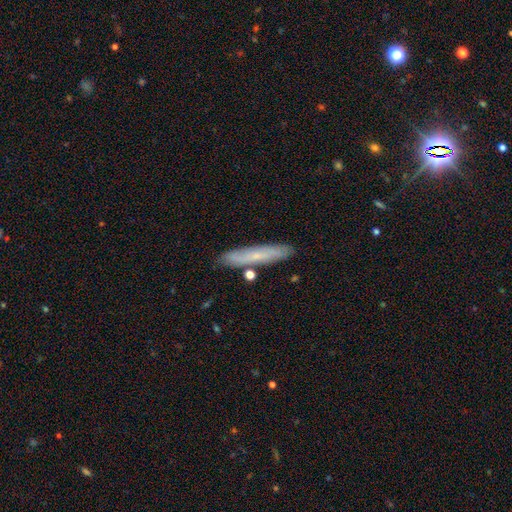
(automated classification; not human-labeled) smooth 61%, featured or disk 32%, star or artifact 7%. Down the decision tree: how rounded — cigar-shaped (92%); merging — none (85%).